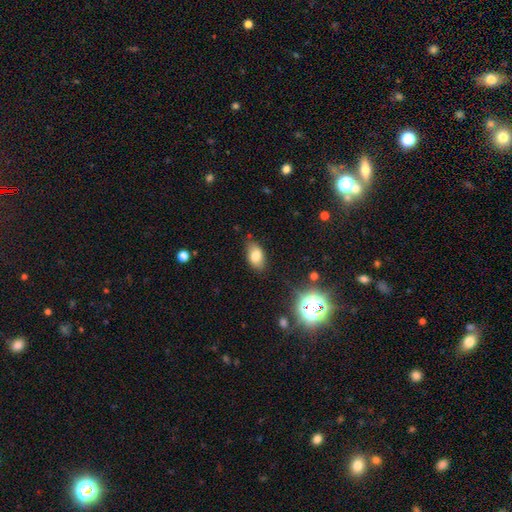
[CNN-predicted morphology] The model was most divided on "merging": none: 79%, minor disturbance: 16%, major disturbance: 3%, merger: 2%. More confident: how rounded — in between (90%); smooth or featured — smooth (78%).